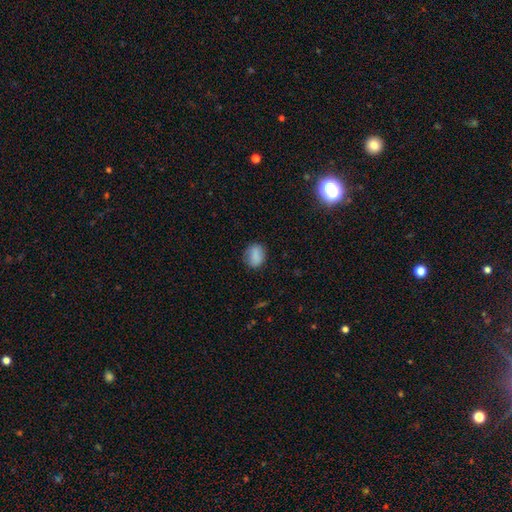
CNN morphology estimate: Overall: smooth (85%). How rounded: in between (54%; round 44%). Merging: none (80%).